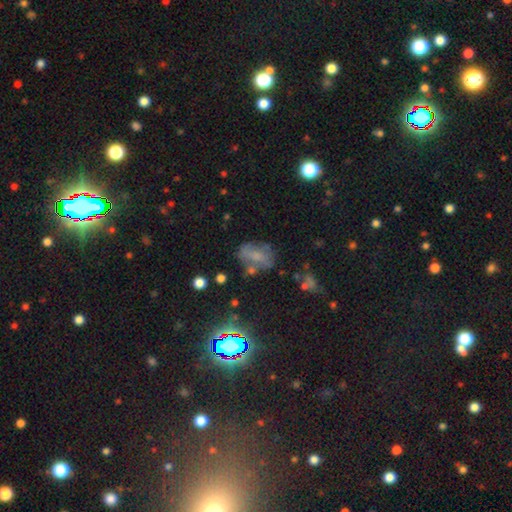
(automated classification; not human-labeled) Smooth or featured? Predicted: smooth (p=0.48). Merging? Predicted: none (p=0.52).